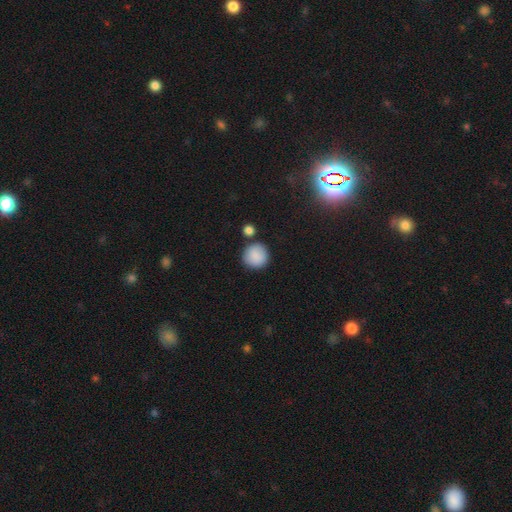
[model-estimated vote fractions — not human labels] smooth-or-featured: smooth: 88% | star or artifact: 7% | featured or disk: 4%
  how-rounded: round: 94% | in between: 5% | cigar-shaped: 1%
  merging: none: 80% | minor disturbance: 9% | merger: 7% | major disturbance: 3%